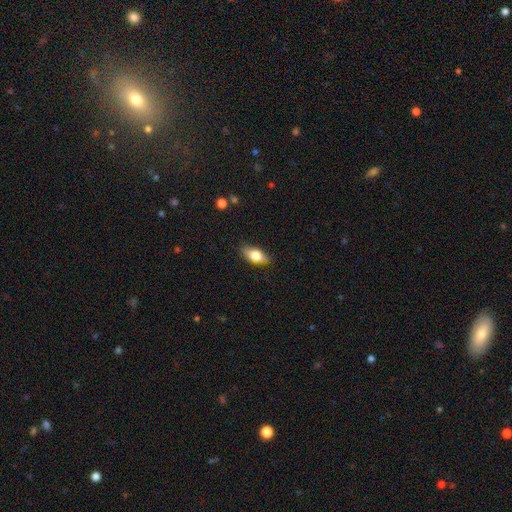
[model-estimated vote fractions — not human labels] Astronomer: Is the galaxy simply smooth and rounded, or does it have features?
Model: smooth — 68%.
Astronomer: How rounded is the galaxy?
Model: in between — 83%.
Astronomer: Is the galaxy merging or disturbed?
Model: none — 71%.